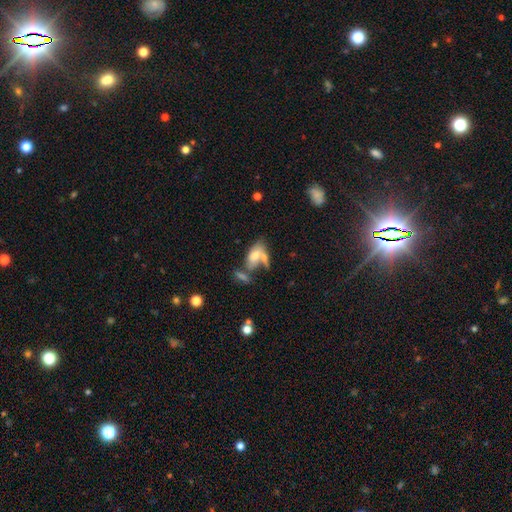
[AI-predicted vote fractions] Q: Smooth or featured?
A: smooth (66%); runner-up: featured or disk (26%)
Q: How rounded?
A: in between (88%); runner-up: cigar-shaped (7%)
Q: Merging?
A: merger (43%); runner-up: none (32%)